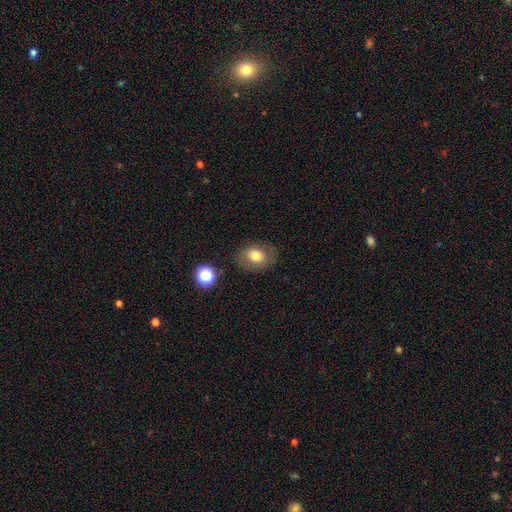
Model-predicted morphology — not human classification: smooth 72%, featured or disk 18%, star or artifact 10%. Down the decision tree: how rounded — in between (54%); merging — none (80%).